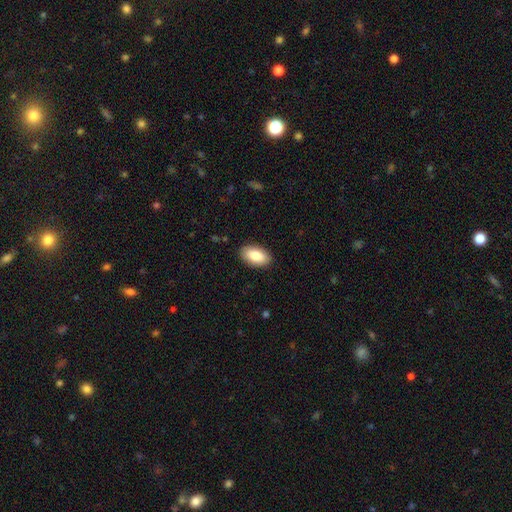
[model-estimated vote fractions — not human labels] A smooth galaxy with no disk features (85%) that is in between round and cigar-shaped (95%). Merging: none (88%).